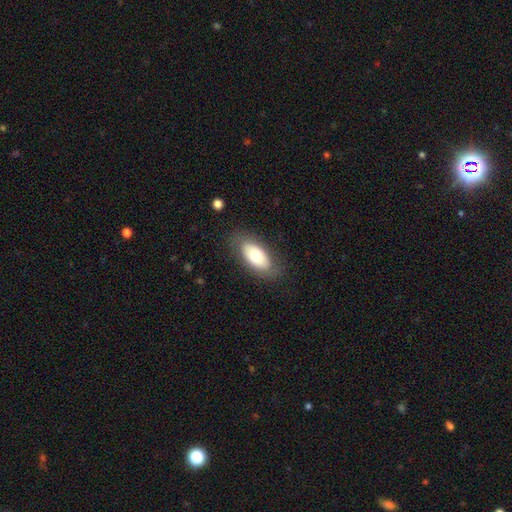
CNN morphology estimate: Overall: smooth (71%). How rounded: in between (92%). Merging: none (82%).